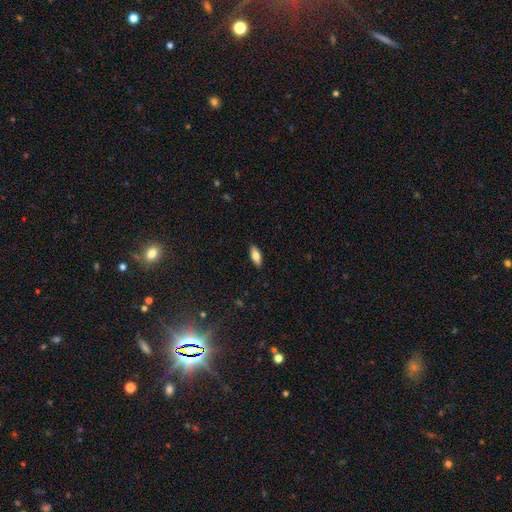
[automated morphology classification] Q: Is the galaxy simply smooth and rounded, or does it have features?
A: smooth — 73%.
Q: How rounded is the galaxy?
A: in between — 78%.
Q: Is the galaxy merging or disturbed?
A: none — 89%.